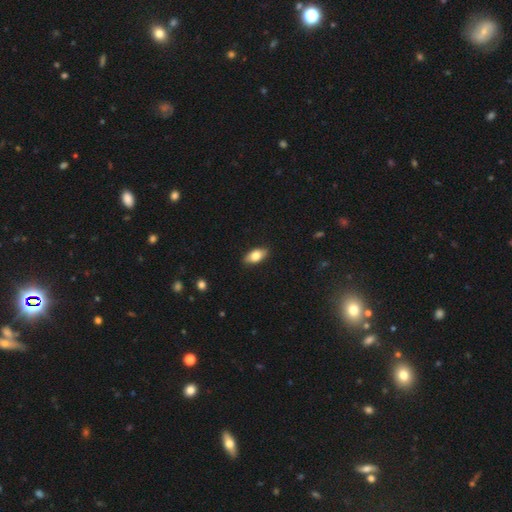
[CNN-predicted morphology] This appears to be a smooth galaxy with no disk features (79%) that is in between round and cigar-shaped (90%). Merging: none (88%).